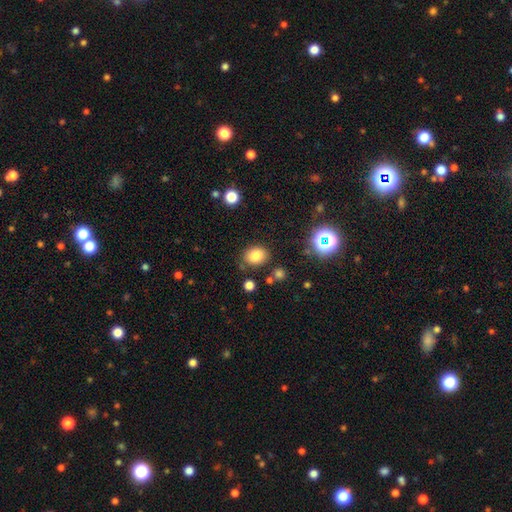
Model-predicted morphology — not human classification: This is clearly a smooth galaxy (80%). How rounded: possibly in between (56%). Merging: likely none (79%).